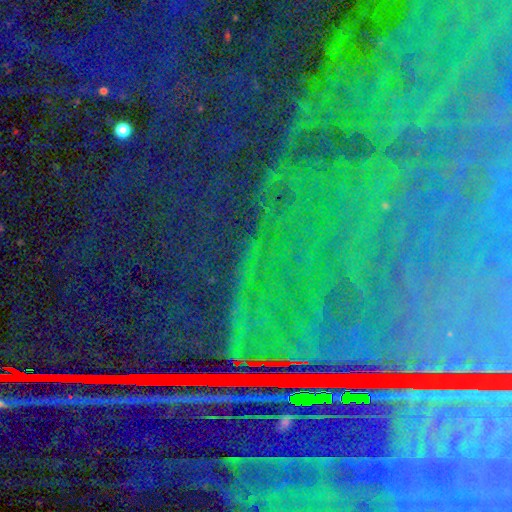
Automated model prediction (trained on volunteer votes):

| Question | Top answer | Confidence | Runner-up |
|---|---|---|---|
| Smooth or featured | star or artifact | 88% | featured or disk (7%) |